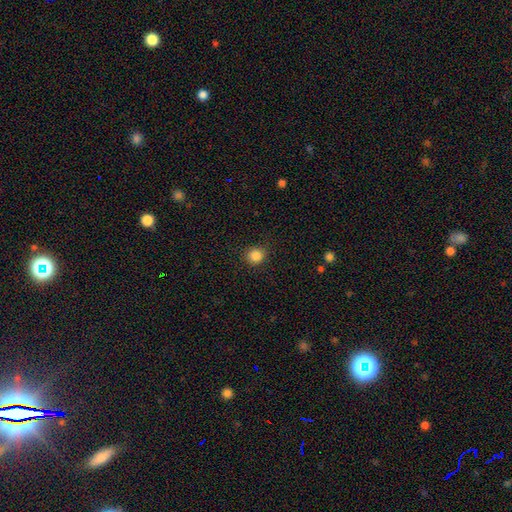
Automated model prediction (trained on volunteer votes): Smooth or featured? smooth (86%)
How rounded? round (90%)
Merging? none (88%)